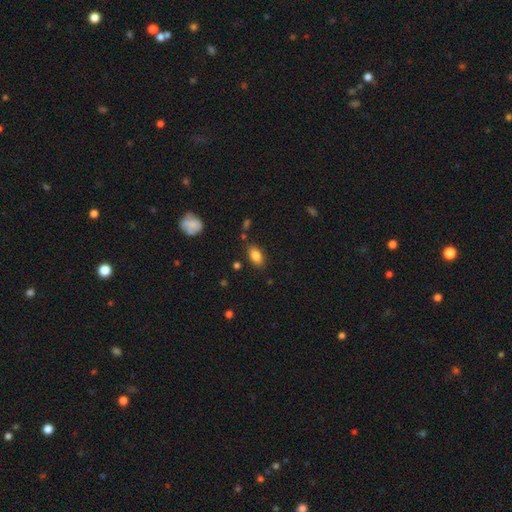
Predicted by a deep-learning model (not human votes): smooth-or-featured: smooth: 83% | star or artifact: 9% | featured or disk: 8%
  how-rounded: in between: 89% | round: 6% | cigar-shaped: 5%
  merging: none: 81% | minor disturbance: 12% | merger: 3% | major disturbance: 3%